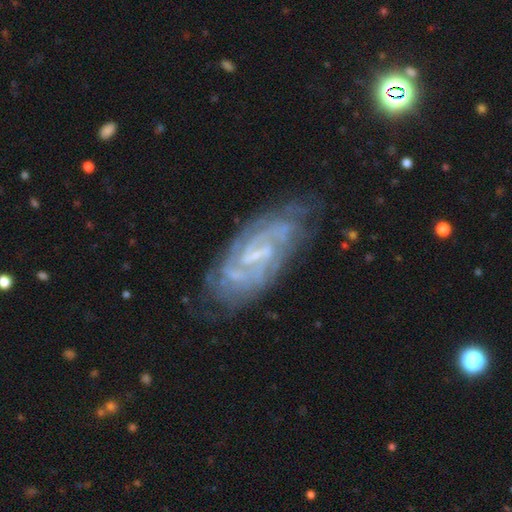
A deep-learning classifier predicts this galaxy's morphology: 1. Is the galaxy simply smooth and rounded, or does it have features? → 84% featured or disk, 9% smooth, 7% star or artifact.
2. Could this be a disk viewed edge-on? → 94% no, 6% yes.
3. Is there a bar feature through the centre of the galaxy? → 49% weak, 26% strong, 24% no.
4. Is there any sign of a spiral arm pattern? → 93% yes, 7% no.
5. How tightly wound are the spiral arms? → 55% tight, 35% medium, 10% loose.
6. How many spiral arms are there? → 39% 2, 32% can't tell, 13% 3, 7% 4, 5% more than 4, 5% 1.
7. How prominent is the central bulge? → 58% small, 24% none, 16% moderate, 1% large, 1% dominant.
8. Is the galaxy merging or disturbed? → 70% none, 19% minor disturbance, 8% major disturbance, 3% merger.